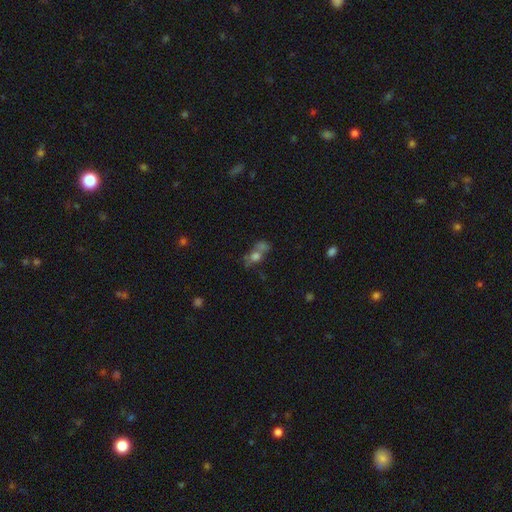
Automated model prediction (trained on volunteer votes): The model was most divided on "how rounded": round: 49%, in between: 45%, cigar-shaped: 6%. Remaining: smooth or featured — smooth (55%); merging — merger (43%).